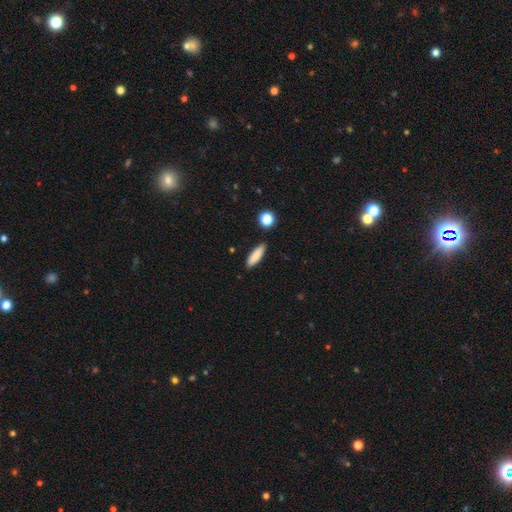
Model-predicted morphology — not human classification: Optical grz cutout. It shows a smooth galaxy with no disk features (85%) that is cigar-shaped (56%). Merging: none (87%).